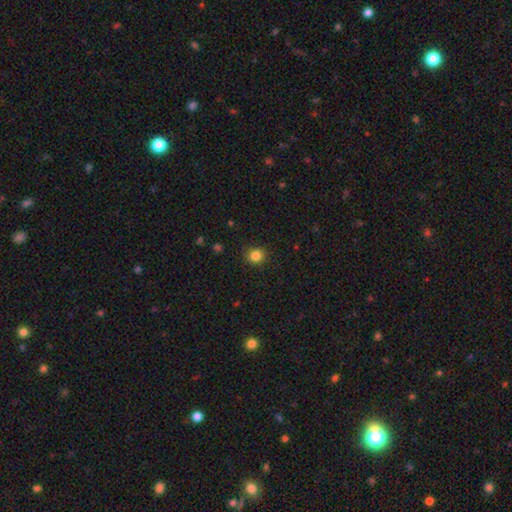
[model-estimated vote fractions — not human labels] Overall: smooth (84%). How rounded: round (88%). Merging: none (89%).